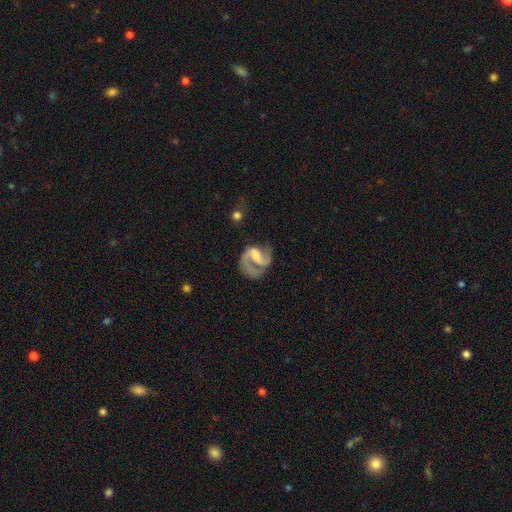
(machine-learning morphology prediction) The model was most divided on "bulge size": moderate: 46%, small: 38%, none: 9%, large: 6%, dominant: 1%. Remaining: edge-on disk — no (98%); spiral arms — yes (96%); smooth or featured — featured or disk (87%); spiral arm count — 2 (77%); spiral winding — medium (54%); merging — none (53%); bar — weak (48%).